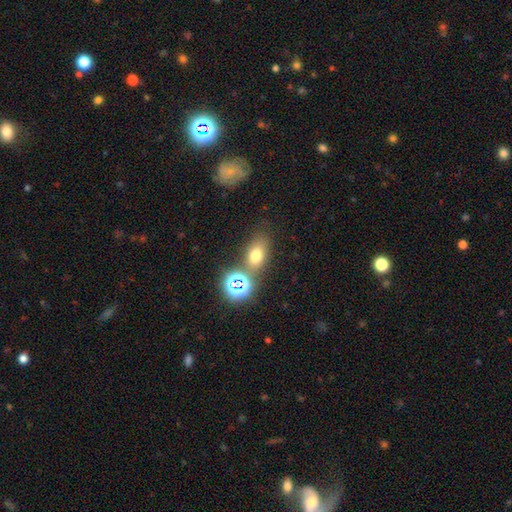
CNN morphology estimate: smooth-or-featured: smooth: 66% | star or artifact: 22% | featured or disk: 12%
  how-rounded: in between: 68% | round: 28% | cigar-shaped: 3%
  merging: none: 66% | merger: 17% | minor disturbance: 12% | major disturbance: 5%